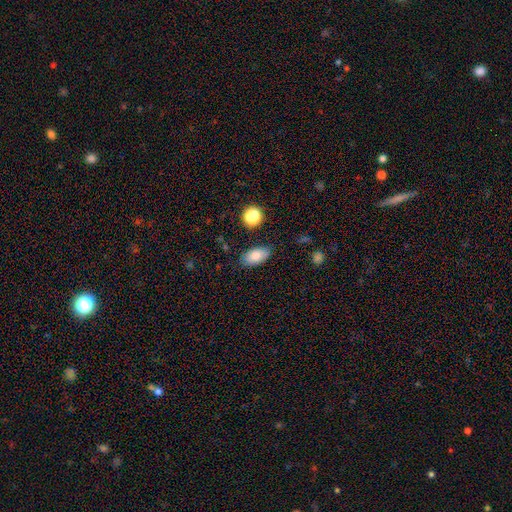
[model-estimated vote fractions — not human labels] This appears to be a smooth galaxy with no disk features (83%) that is in between round and cigar-shaped (92%). Merging: none (82%).